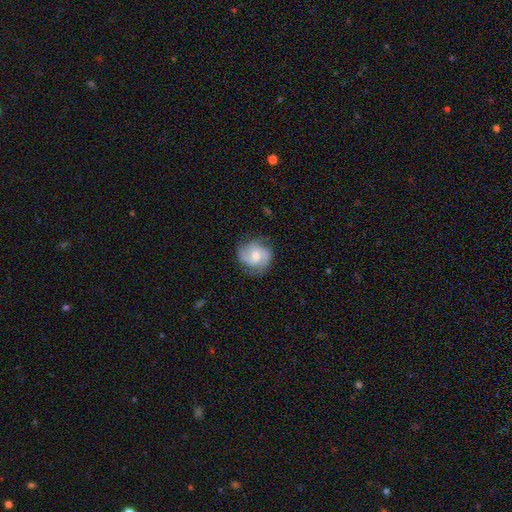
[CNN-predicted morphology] Overall: featured or disk (77%). Edge-on disk: no (98%). Bar: no (50%; weak 42%). Spiral arms: yes (95%). Spiral arm count: 2 (60%; 3 21%). Spiral winding: medium (50%; tight 32%). Bulge size: moderate (59%; small 34%). Merging: none (77%).